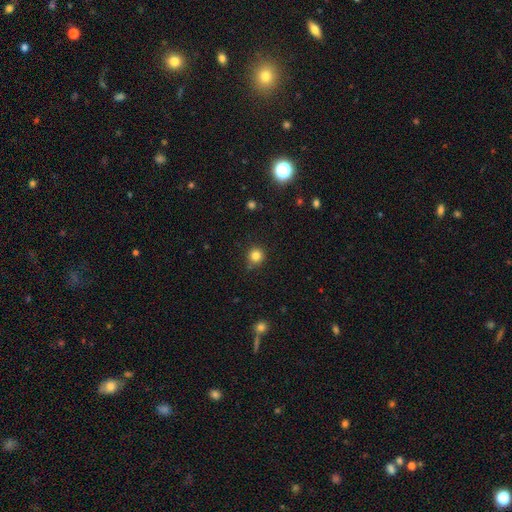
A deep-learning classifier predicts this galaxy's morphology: A smooth galaxy with no disk features (82%) that is round (93%). Merging: none (84%).